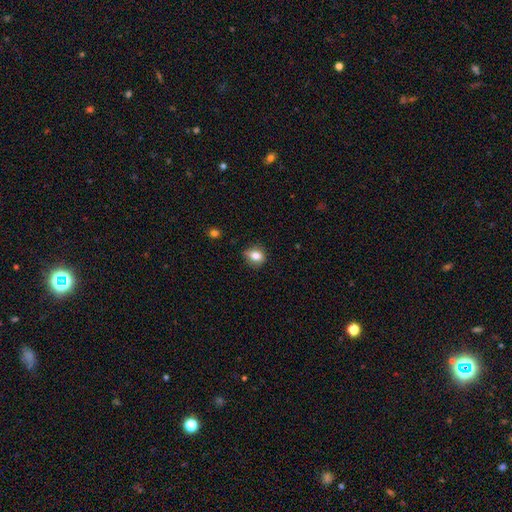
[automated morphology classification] A smooth galaxy with no disk features (79%) that is round (52%).

Vote fractions:
- Smooth or featured? smooth: 79% / featured or disk: 11% / star or artifact: 10%
- How rounded? round: 52% / in between: 46% / cigar-shaped: 2%
- Merging? none: 72% / minor disturbance: 22% / major disturbance: 5% / merger: 2%